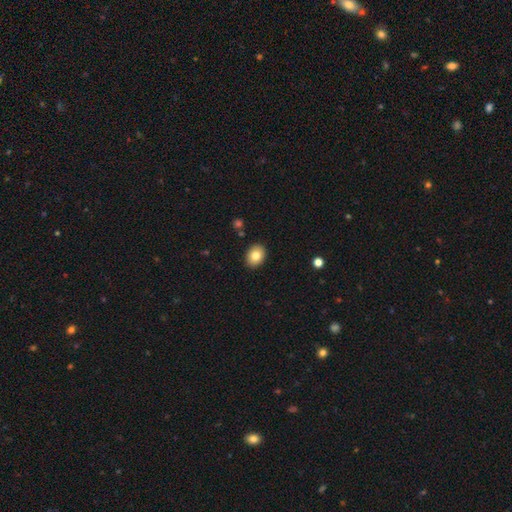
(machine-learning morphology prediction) smooth-or-featured: smooth: 82% | featured or disk: 10% | star or artifact: 9%
  how-rounded: in between: 59% | round: 41% | cigar-shaped: 1%
  merging: none: 90% | minor disturbance: 7% | major disturbance: 2% | merger: 1%